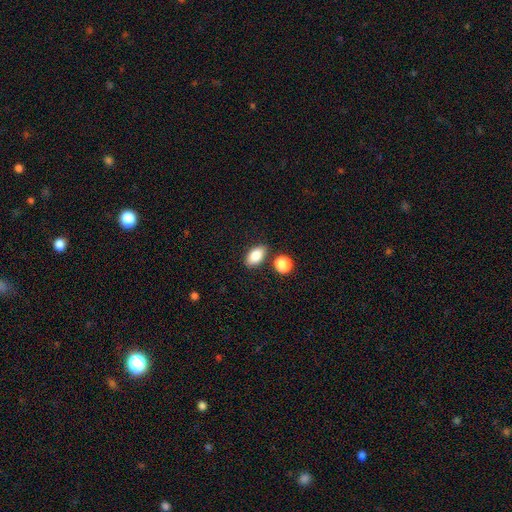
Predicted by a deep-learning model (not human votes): Smooth or featured? Predicted: smooth (p=0.85). How rounded? Predicted: in between (p=0.90). Merging? Predicted: none (p=0.77).